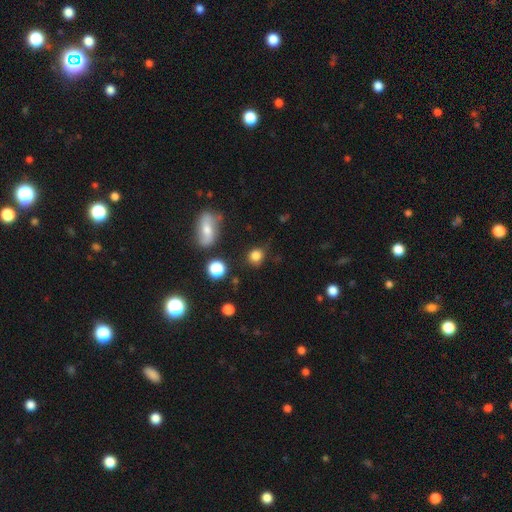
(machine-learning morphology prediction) This is clearly a smooth galaxy (80%). How rounded: likely round (78%). Merging: likely none (75%).